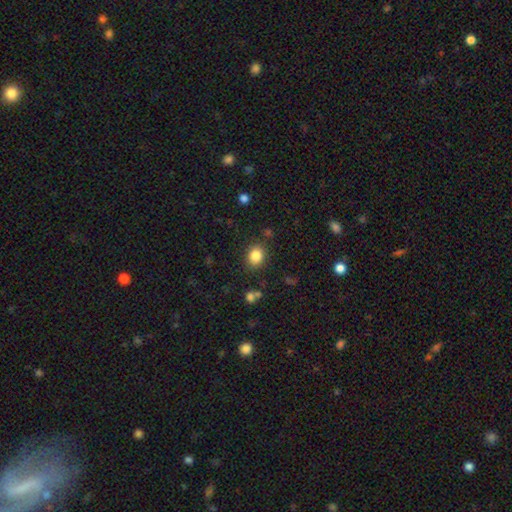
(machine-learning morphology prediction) The model was most divided on "how rounded": round: 54%, in between: 46%, cigar-shaped: 1%. More confident: smooth or featured — smooth (85%); merging — none (84%).